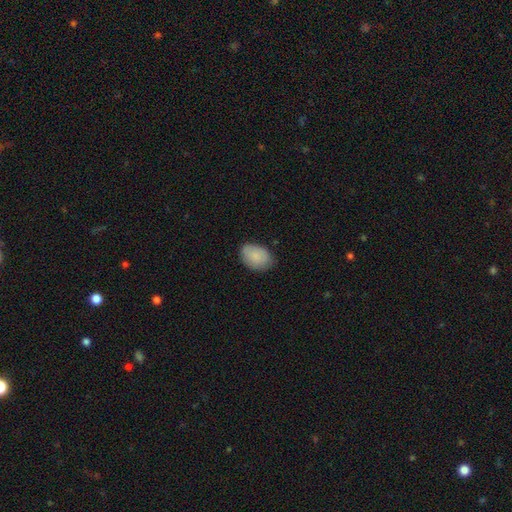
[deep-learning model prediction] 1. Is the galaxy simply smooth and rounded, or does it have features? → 85% smooth, 9% featured or disk, 6% star or artifact.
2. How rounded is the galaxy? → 84% in between, 15% round, 1% cigar-shaped.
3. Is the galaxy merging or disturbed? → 77% none, 19% minor disturbance, 3% major disturbance, 1% merger.